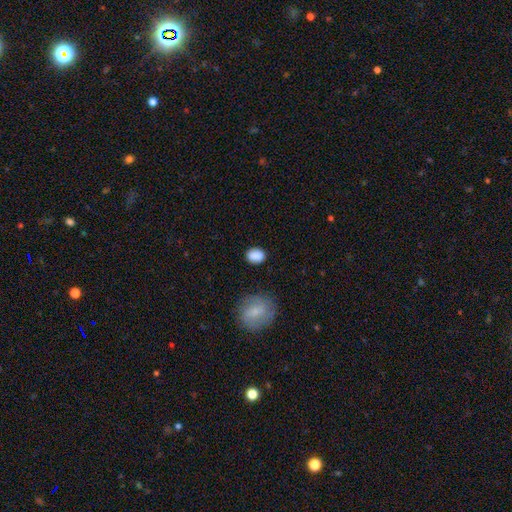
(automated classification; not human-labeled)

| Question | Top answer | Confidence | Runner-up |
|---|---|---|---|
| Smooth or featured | smooth | 87% | star or artifact (8%) |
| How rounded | in between | 64% | round (35%) |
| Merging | none | 80% | minor disturbance (14%) |